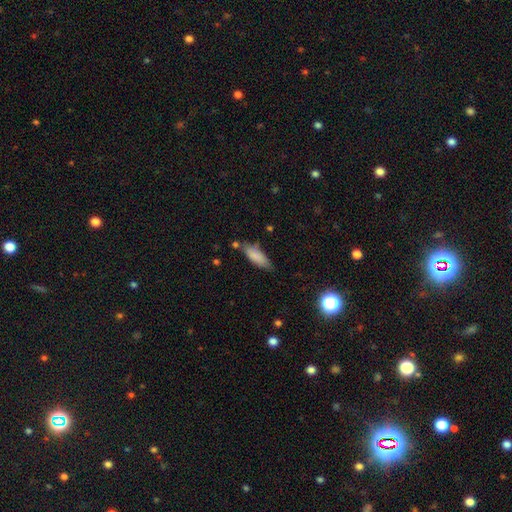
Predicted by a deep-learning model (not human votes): Smooth or featured?
  - smooth: 82% *
  - featured or disk: 11%
  - star or artifact: 7%
How rounded?
  - in between: 63% *
  - cigar-shaped: 36%
  - round: 2%
Merging?
  - none: 64% *
  - minor disturbance: 25%
  - merger: 6%
  - major disturbance: 5%